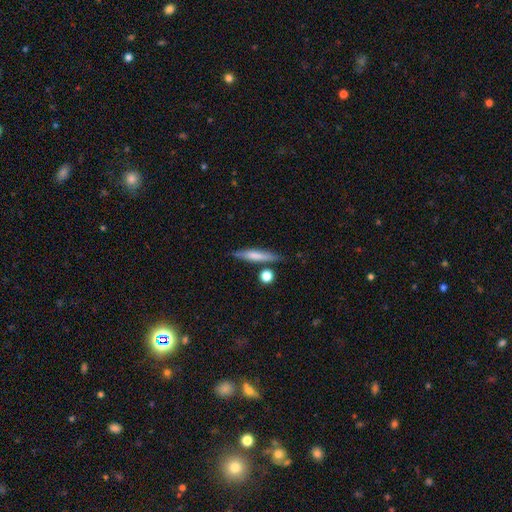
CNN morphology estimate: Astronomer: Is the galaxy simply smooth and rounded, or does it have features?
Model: smooth — 60%.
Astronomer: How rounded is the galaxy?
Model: cigar-shaped — 87%.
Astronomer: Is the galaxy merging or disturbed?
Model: none — 77%.